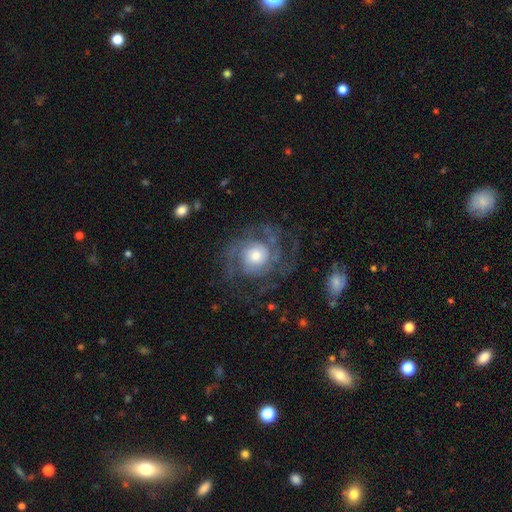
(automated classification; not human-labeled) smooth-or-featured: featured or disk: 83% | smooth: 11% | star or artifact: 6%
  disk-edge-on: no: 98% | yes: 2%
    bar: no: 77% | weak: 20% | strong: 4%
    has-spiral-arms: yes: 94% | no: 6%
      spiral-winding: tight: 53% | medium: 36% | loose: 11%
      spiral-arm-count: can't tell: 27% | 3: 25% | 2: 24% | 4: 10% | 1: 7% | more than 4: 7%
    bulge-size: moderate: 57% | large: 22% | small: 18% | dominant: 2% | none: 1%
  merging: none: 68% | major disturbance: 15% | minor disturbance: 15% | merger: 2%